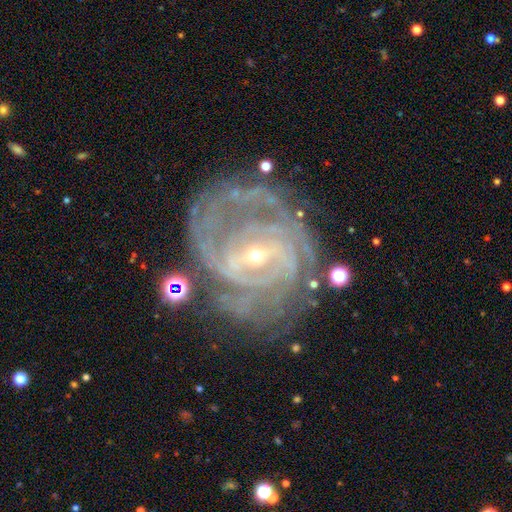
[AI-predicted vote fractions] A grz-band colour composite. It shows a featured or disk galaxy (90%) with a weak bar (44%), tight (68%) spiral arms (97%) and a small central bulge (76%). Merging: none (65%).